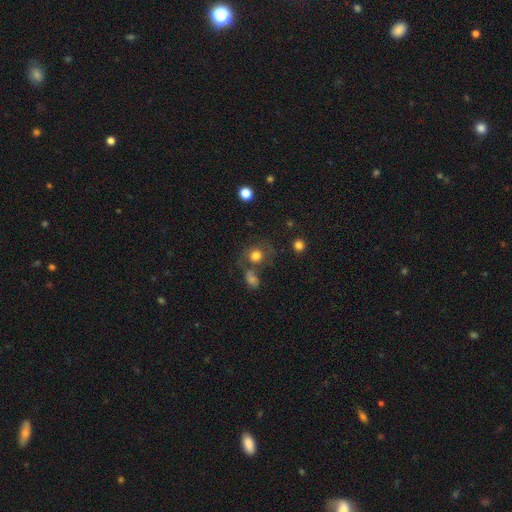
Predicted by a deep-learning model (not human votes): smooth-or-featured: smooth: 74% | star or artifact: 13% | featured or disk: 13%
  how-rounded: round: 78% | in between: 21% | cigar-shaped: 1%
  merging: none: 57% | merger: 19% | minor disturbance: 15% | major disturbance: 10%